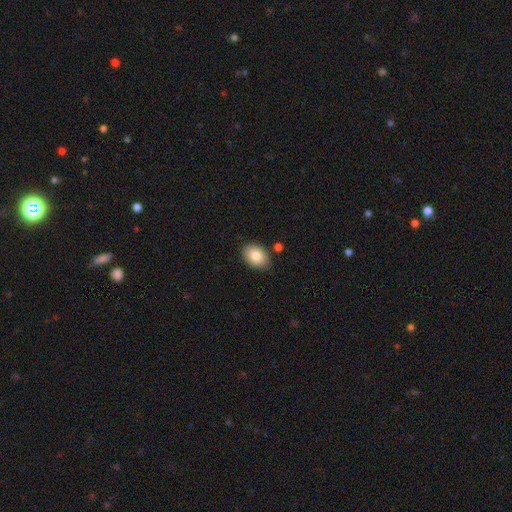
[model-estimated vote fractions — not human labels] smooth-or-featured: smooth: 84% | featured or disk: 9% | star or artifact: 7%
  how-rounded: in between: 82% | round: 17% | cigar-shaped: 1%
  merging: none: 84% | minor disturbance: 11% | merger: 3% | major disturbance: 2%